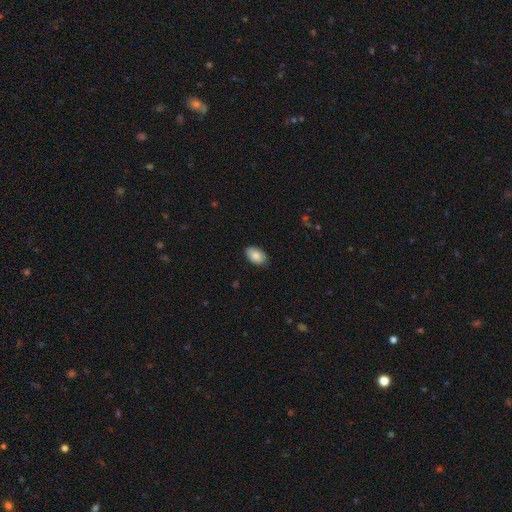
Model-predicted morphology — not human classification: Smooth or featured? smooth (87%)
How rounded? in between (92%)
Merging? none (85%)